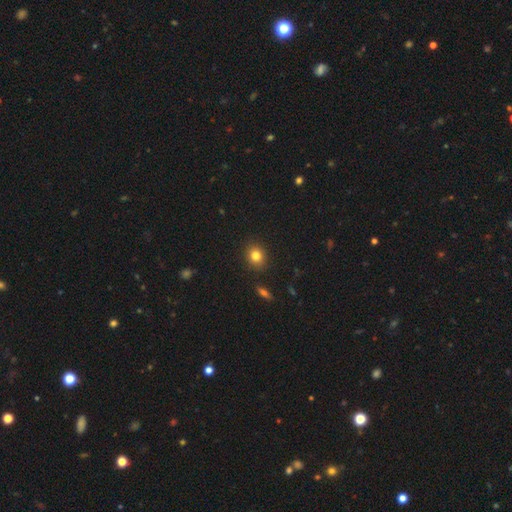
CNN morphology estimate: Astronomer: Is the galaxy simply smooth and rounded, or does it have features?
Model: smooth — 82%.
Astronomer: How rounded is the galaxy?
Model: round — 69%.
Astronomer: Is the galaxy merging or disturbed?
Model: none — 89%.